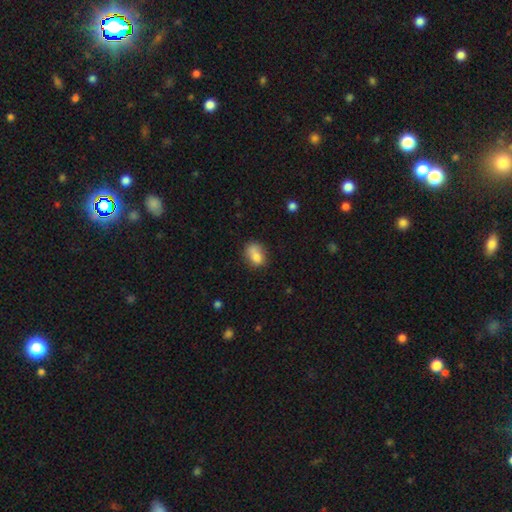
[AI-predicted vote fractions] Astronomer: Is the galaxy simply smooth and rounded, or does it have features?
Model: smooth — 78%.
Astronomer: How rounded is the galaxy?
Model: in between — 73%.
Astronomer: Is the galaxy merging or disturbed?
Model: none — 48% (runner-up: minor disturbance, 25%).